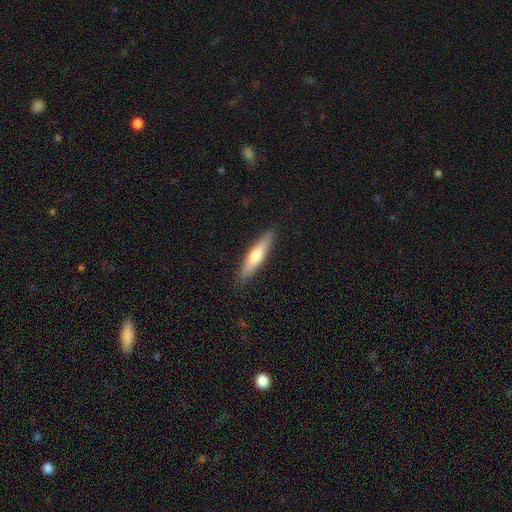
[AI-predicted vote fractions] Morphology: type=smooth (61%); roundness=cigar-shaped (81%); merging=none (89%).